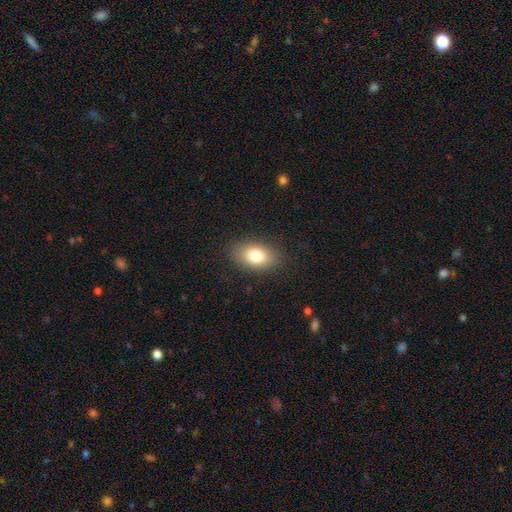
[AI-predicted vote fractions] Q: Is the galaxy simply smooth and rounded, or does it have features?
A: smooth — 79%.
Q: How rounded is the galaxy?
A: in between — 88%.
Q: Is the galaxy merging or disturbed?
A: none — 85%.